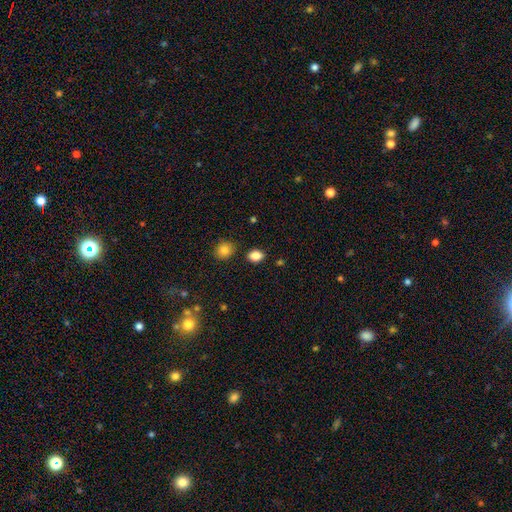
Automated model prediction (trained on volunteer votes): A smooth galaxy with no disk features (86%) that is in between round and cigar-shaped (71%).

Vote fractions:
- Smooth or featured? smooth: 86% / star or artifact: 10% / featured or disk: 4%
- How rounded? in between: 71% / round: 28% / cigar-shaped: 1%
- Merging? none: 85% / minor disturbance: 9% / merger: 4% / major disturbance: 2%